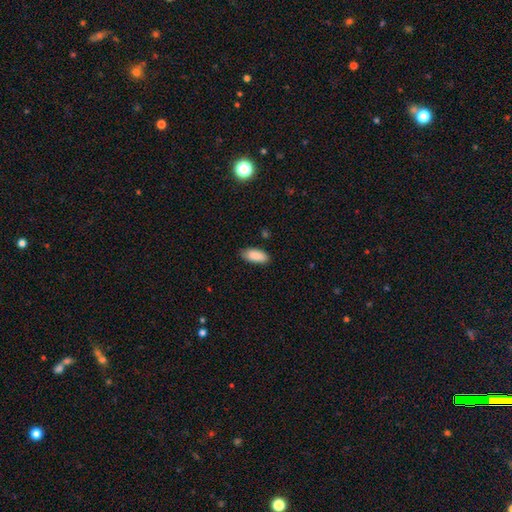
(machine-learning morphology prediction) A smooth galaxy with no disk features (89%) that is in between round and cigar-shaped (89%). Merging: none (83%).